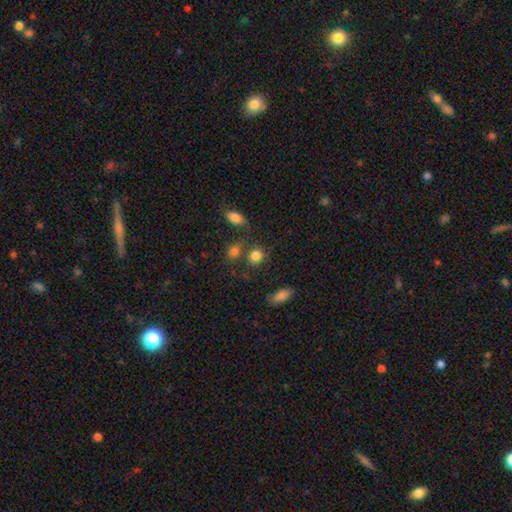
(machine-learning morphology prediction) Q: Smooth or featured?
A: smooth (83%); runner-up: star or artifact (11%)
Q: How rounded?
A: round (77%); runner-up: in between (22%)
Q: Merging?
A: none (67%); runner-up: merger (16%)